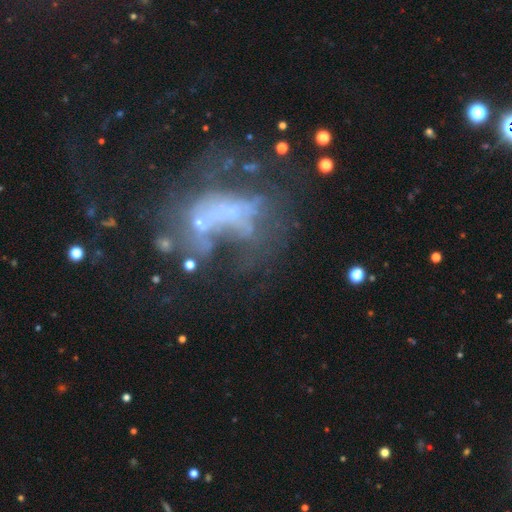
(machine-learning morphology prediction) featured or disk 53%, star or artifact 28%, smooth 19%. Down the decision tree: edge-on disk — no (94%); merging — major disturbance (41%).